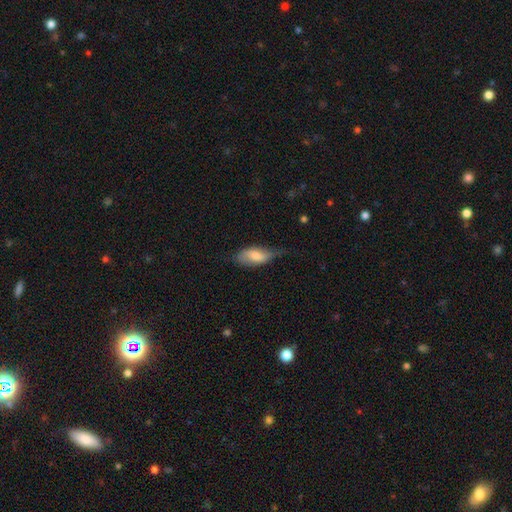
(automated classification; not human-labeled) smooth-or-featured: smooth: 70% | featured or disk: 24% | star or artifact: 6%
  how-rounded: in between: 87% | cigar-shaped: 10% | round: 3%
  merging: minor disturbance: 43% | none: 39% | major disturbance: 16% | merger: 2%